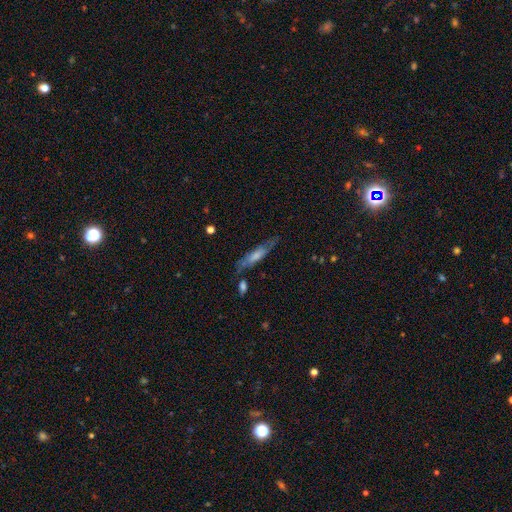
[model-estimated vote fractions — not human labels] smooth_or_featured: smooth (p=0.49) [alt: featured or disk p=0.44]
merging: none (p=0.66) [alt: minor disturbance p=0.21]